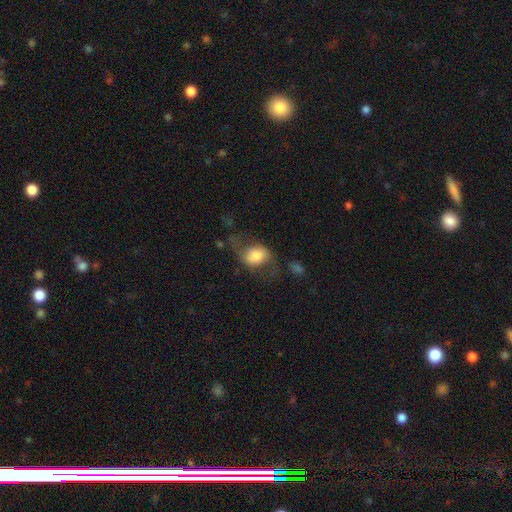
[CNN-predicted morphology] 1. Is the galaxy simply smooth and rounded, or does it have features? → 51% smooth, 41% featured or disk, 8% star or artifact.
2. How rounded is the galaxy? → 60% in between, 38% round, 2% cigar-shaped.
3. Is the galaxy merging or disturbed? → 44% none, 29% major disturbance, 23% minor disturbance, 4% merger.